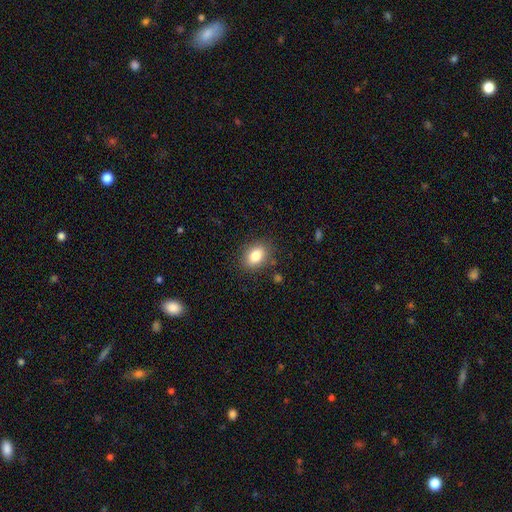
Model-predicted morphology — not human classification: Smooth or featured? smooth (83%)
How rounded? in between (75%)
Merging? none (85%)